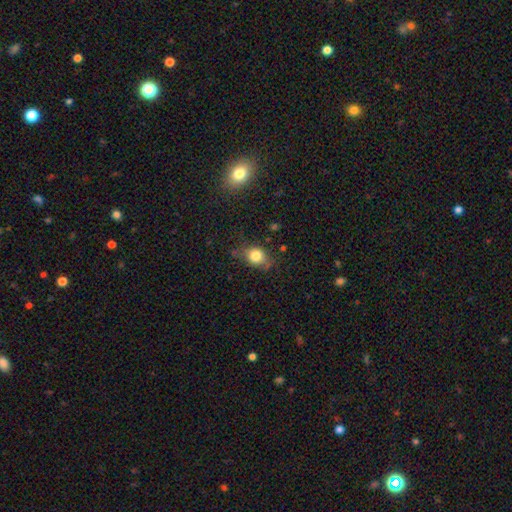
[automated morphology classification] smooth 78%, featured or disk 11%, star or artifact 11%. Down the decision tree: how rounded — round (50%); merging — none (61%).